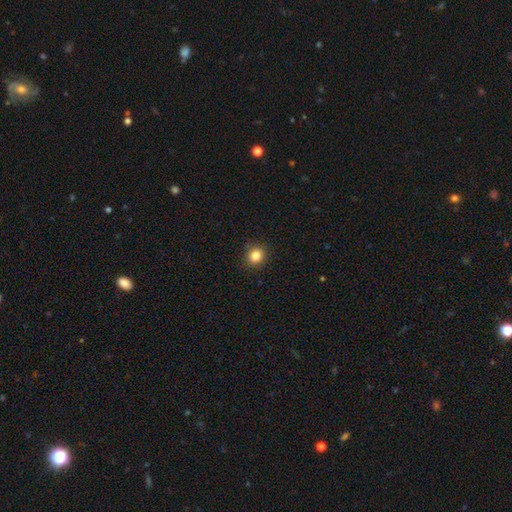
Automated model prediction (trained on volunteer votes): smooth-or-featured: smooth: 84% | star or artifact: 11% | featured or disk: 5%
  how-rounded: round: 78% | in between: 21% | cigar-shaped: 1%
  merging: none: 89% | minor disturbance: 8% | major disturbance: 2% | merger: 1%